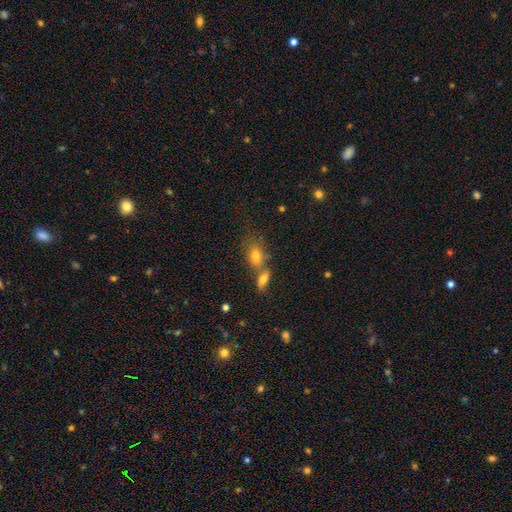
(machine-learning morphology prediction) A smooth galaxy with no disk features (75%) that is in between round and cigar-shaped (77%).

Vote fractions:
- Smooth or featured? smooth: 75% / featured or disk: 14% / star or artifact: 10%
- How rounded? in between: 77% / round: 19% / cigar-shaped: 4%
- Merging? none: 43% / merger: 41% / minor disturbance: 11% / major disturbance: 5%